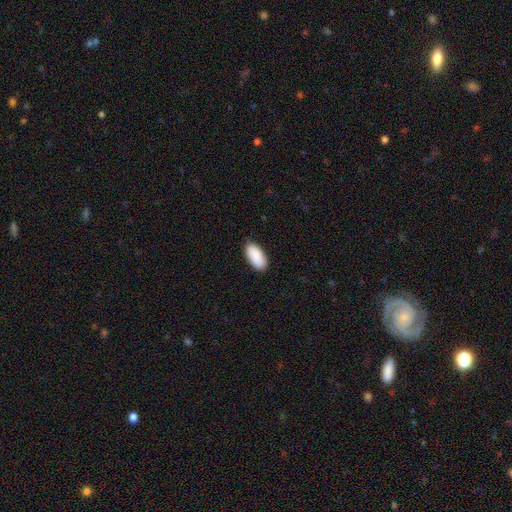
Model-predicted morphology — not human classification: Smooth or featured?
  - smooth: 90% *
  - star or artifact: 6%
  - featured or disk: 4%
How rounded?
  - in between: 94% *
  - cigar-shaped: 4%
  - round: 2%
Merging?
  - none: 86% *
  - minor disturbance: 11%
  - major disturbance: 2%
  - merger: 1%